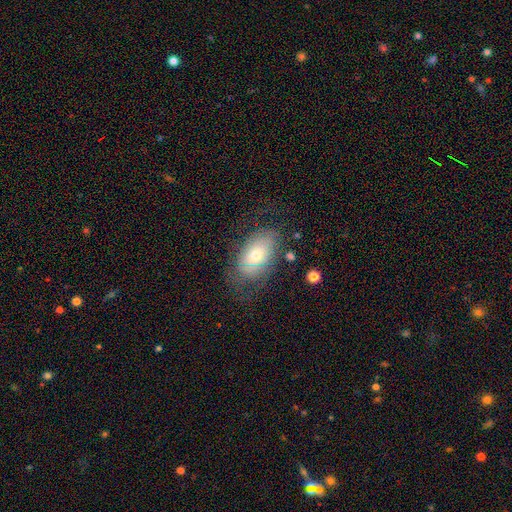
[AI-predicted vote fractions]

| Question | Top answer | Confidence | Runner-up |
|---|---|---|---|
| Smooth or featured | featured or disk | 49% | smooth (43%) |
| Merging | none | 62% | minor disturbance (22%) |